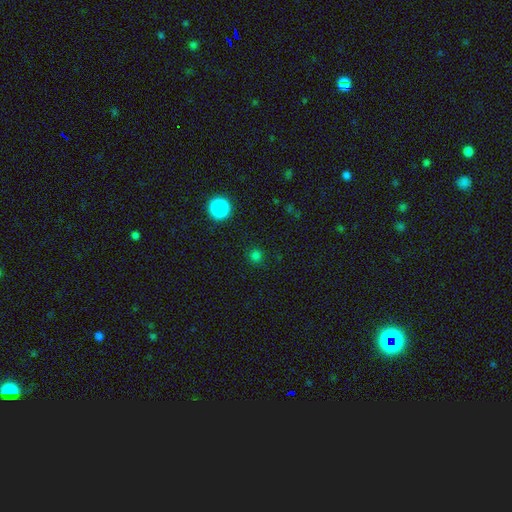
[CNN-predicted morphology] Q: Smooth or featured?
A: smooth (72%); runner-up: star or artifact (24%)
Q: How rounded?
A: round (93%); runner-up: in between (6%)
Q: Merging?
A: none (87%); runner-up: minor disturbance (8%)